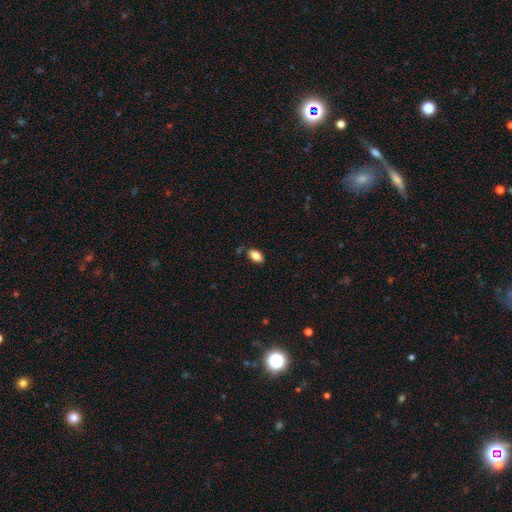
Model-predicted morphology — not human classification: smooth 85%, star or artifact 8%, featured or disk 7%. Down the decision tree: how rounded — in between (93%); merging — none (79%).